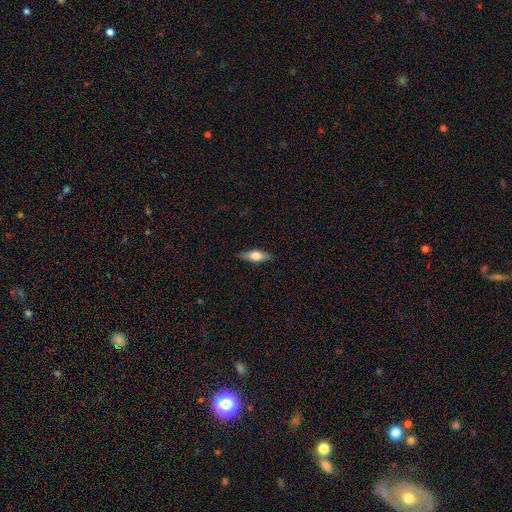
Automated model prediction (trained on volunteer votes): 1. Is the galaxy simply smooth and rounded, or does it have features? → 55% smooth, 39% featured or disk, 7% star or artifact.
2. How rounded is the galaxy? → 60% in between, 36% cigar-shaped, 4% round.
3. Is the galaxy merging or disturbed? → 84% none, 12% minor disturbance, 2% major disturbance, 1% merger.